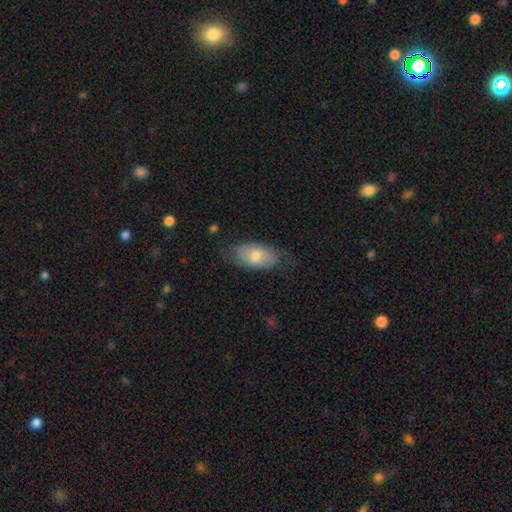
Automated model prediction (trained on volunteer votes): Smooth or featured: smooth — 56% (featured or disk — 38%)
How rounded: in between — 91% (round — 5%)
Merging: none — 61% (minor disturbance — 25%)